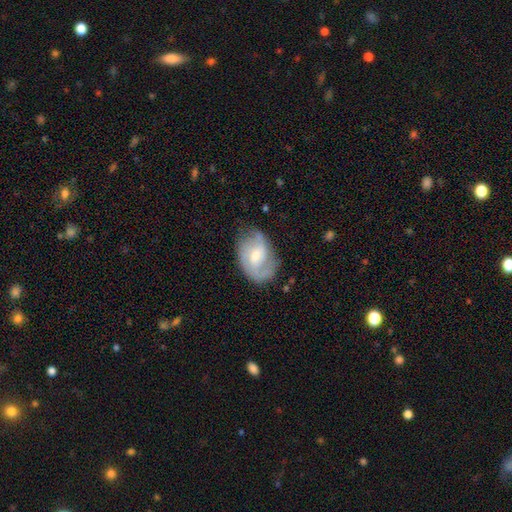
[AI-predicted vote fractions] Smooth or featured: featured or disk — 75% (smooth — 20%)
Edge-on disk: no — 97% (yes — 3%)
Bar: weak — 52% (no — 37%)
Spiral arms: yes — 91% (no — 9%)
Spiral winding: medium — 46% (tight — 35%)
Spiral arm count: 2 — 59% (can't tell — 17%)
Bulge size: moderate — 52% (small — 40%)
Merging: none — 62% (minor disturbance — 25%)